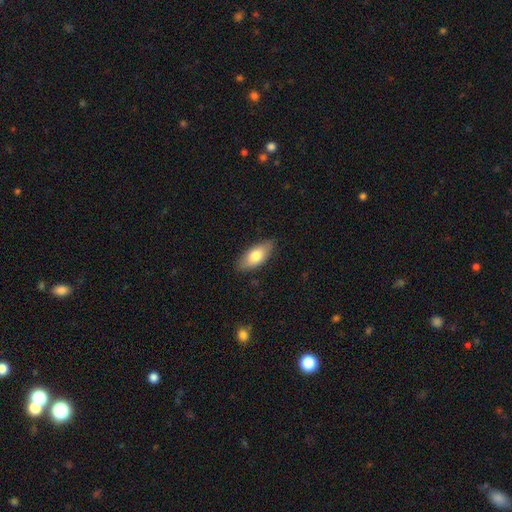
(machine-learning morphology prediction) smooth 74%, featured or disk 20%, star or artifact 6%. Down the decision tree: how rounded — in between (85%); merging — none (84%).